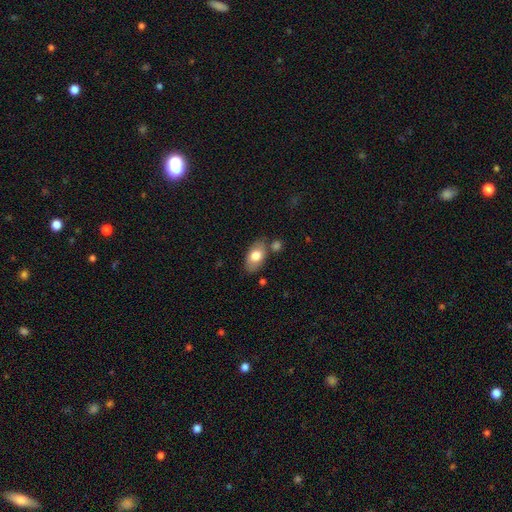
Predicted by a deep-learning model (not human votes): A smooth galaxy with no disk features (75%) that is in between round and cigar-shaped (91%). Merging: none (73%).